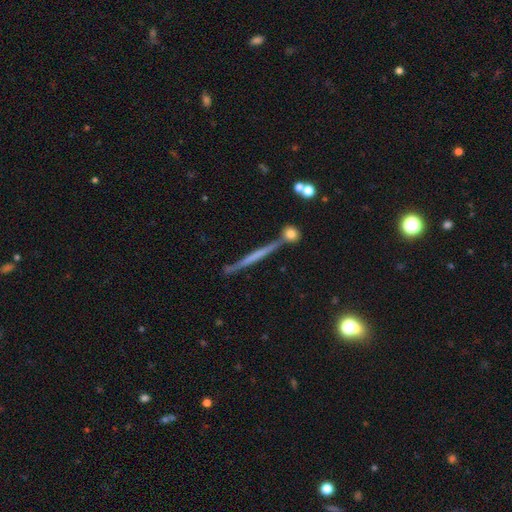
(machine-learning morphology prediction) smooth-or-featured: featured or disk: 60% | smooth: 33% | star or artifact: 7%
  disk-edge-on: yes: 96% | no: 4%
    edge-on-bulge: none: 78% | rounded: 13% | boxy: 10%
  merging: none: 78% | minor disturbance: 11% | merger: 8% | major disturbance: 3%